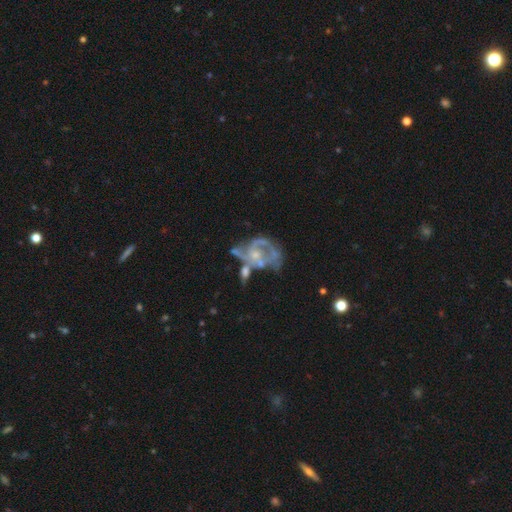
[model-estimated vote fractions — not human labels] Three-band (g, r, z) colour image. It shows a featured or disk galaxy (79%) with no bar (77%), 2 (34%) medium (42%) spiral arms (66%) and a small central bulge (47%). Merging: major disturbance (30%).